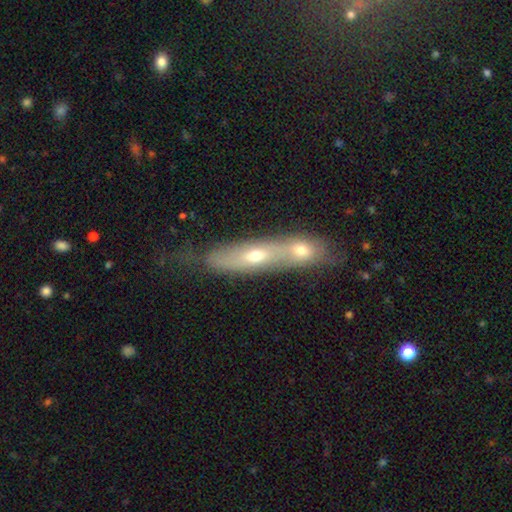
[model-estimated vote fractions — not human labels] Smooth or featured: smooth — 52% (featured or disk — 39%)
How rounded: cigar-shaped — 52% (in between — 44%)
Merging: merger — 57% (none — 30%)